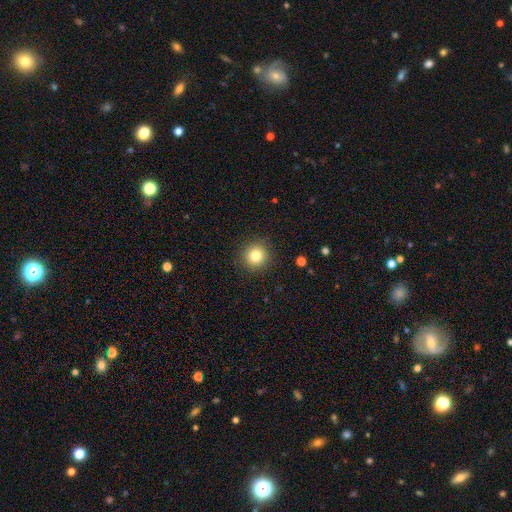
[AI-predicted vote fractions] Smooth or featured: smooth — 81% (star or artifact — 11%)
How rounded: round — 93% (in between — 6%)
Merging: none — 91% (minor disturbance — 6%)